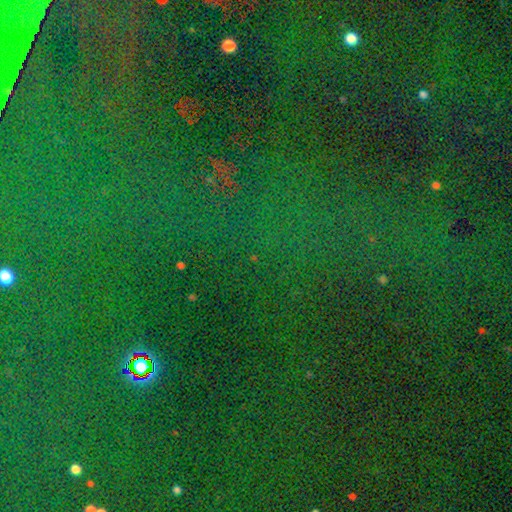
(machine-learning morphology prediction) Smooth or featured? Predicted: star or artifact (p=0.79).